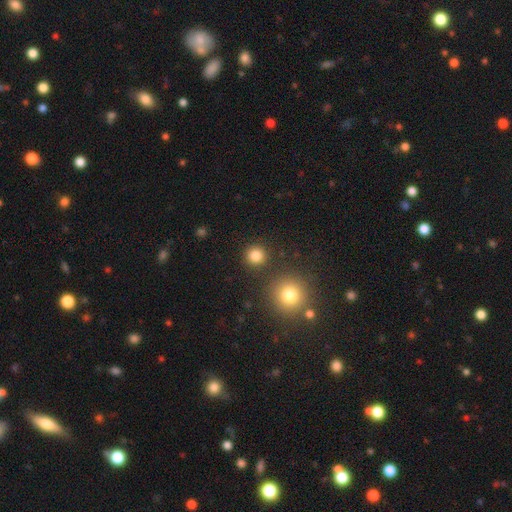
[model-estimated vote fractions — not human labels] Smooth or featured? smooth (82%)
How rounded? round (93%)
Merging? none (87%)